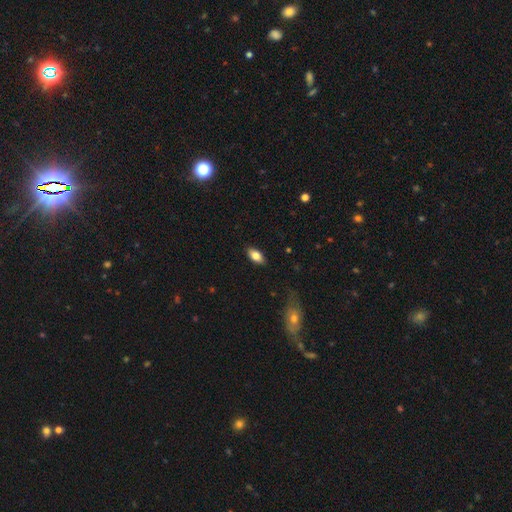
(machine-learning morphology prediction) Smooth or featured? Predicted: smooth (p=0.78). How rounded? Predicted: in between (p=0.89). Merging? Predicted: none (p=0.86).